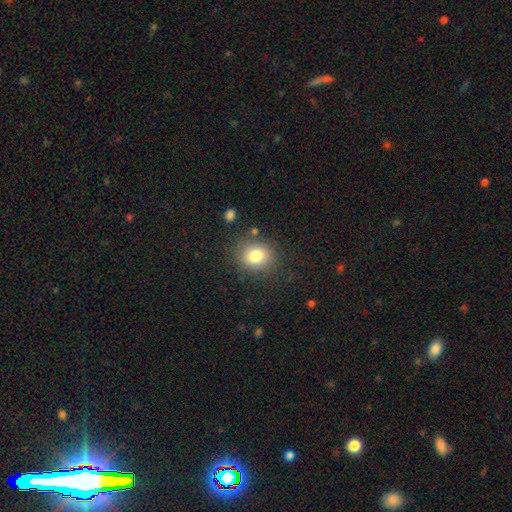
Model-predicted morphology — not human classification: Smooth or featured? Predicted: smooth (p=0.80). How rounded? Predicted: round (p=0.69). Merging? Predicted: none (p=0.83).